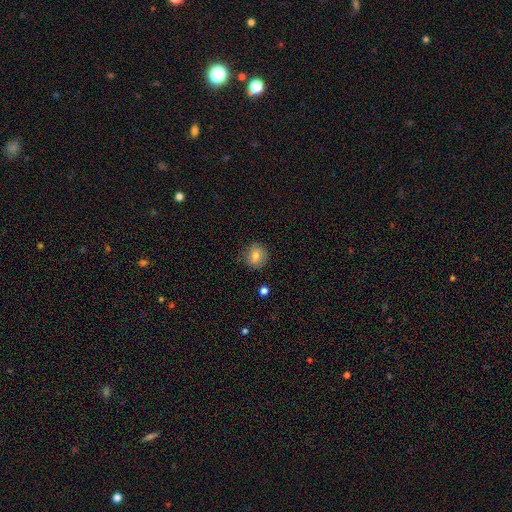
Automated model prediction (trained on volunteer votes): Smooth or featured? smooth (76%)
How rounded? round (85%)
Merging? none (84%)